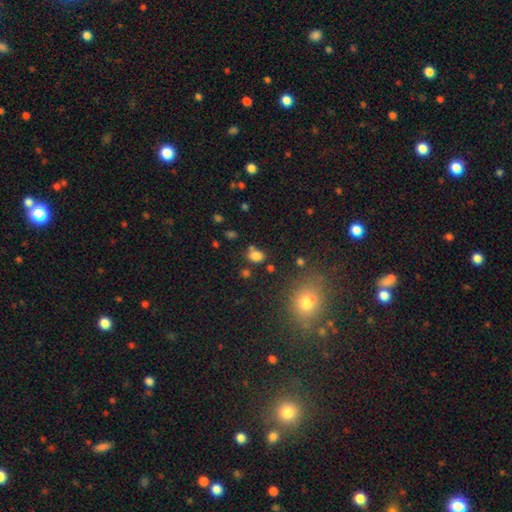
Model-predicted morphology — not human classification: Overall: smooth (79%). How rounded: in between (59%; round 40%). Merging: none (66%).